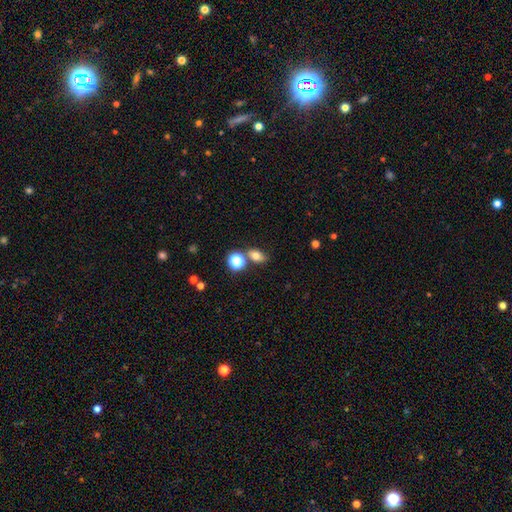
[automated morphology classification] smooth-or-featured: smooth: 73% | star or artifact: 15% | featured or disk: 11%
  how-rounded: in between: 70% | round: 27% | cigar-shaped: 2%
  merging: none: 68% | merger: 17% | minor disturbance: 11% | major disturbance: 4%